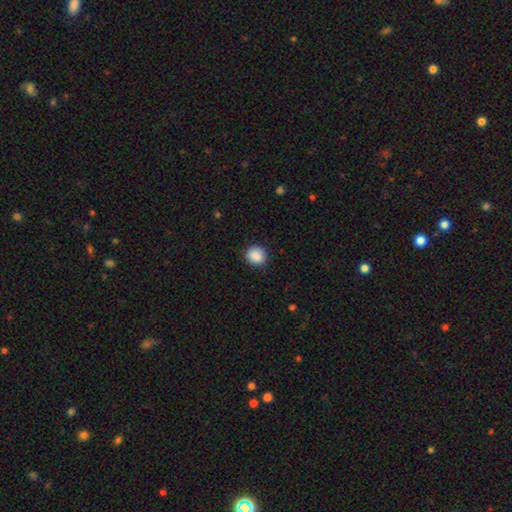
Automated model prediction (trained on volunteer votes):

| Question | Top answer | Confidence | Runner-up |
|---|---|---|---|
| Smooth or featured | smooth | 89% | star or artifact (8%) |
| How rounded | round | 80% | in between (19%) |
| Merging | none | 86% | minor disturbance (11%) |